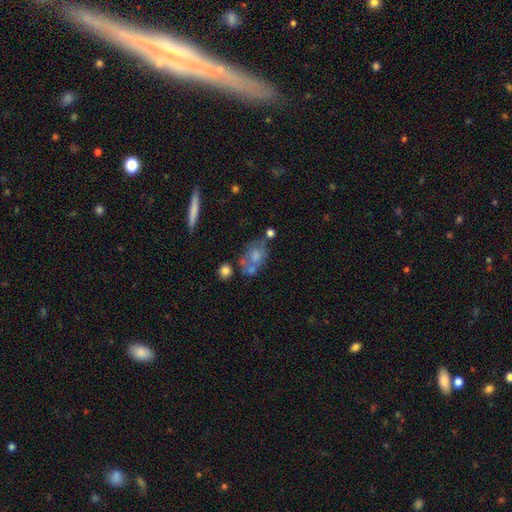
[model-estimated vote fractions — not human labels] This is possibly a smooth galaxy (52%). How rounded: likely in between (76%). Merging: marginally none (35%).